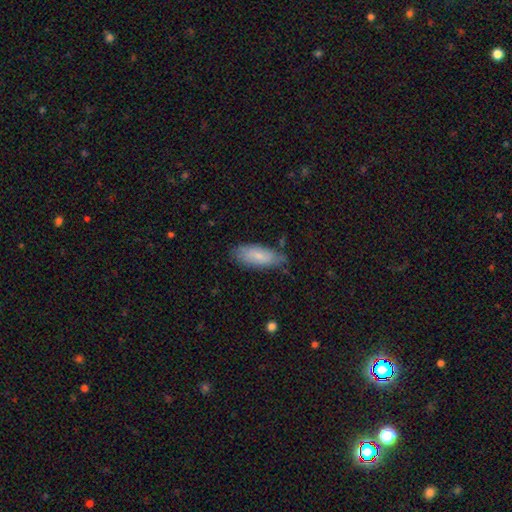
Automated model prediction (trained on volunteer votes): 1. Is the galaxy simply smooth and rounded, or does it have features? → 74% smooth, 20% featured or disk, 6% star or artifact.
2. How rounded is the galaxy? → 78% in between, 20% cigar-shaped, 2% round.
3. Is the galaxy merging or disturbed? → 68% none, 25% minor disturbance, 5% major disturbance, 2% merger.